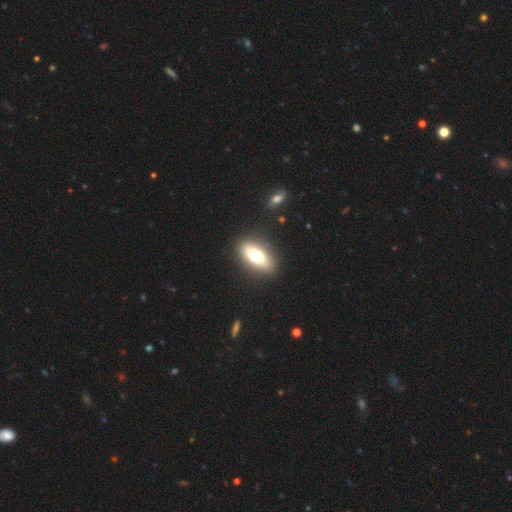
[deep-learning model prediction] Overall: smooth (68%). How rounded: in between (79%). Merging: none (86%).